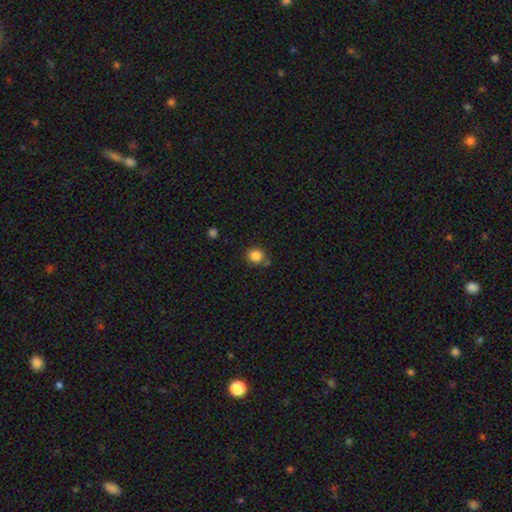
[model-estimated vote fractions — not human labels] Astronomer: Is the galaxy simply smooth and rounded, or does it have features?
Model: smooth — 85%.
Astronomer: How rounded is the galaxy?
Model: round — 83%.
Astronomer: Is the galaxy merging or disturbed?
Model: none — 73%.